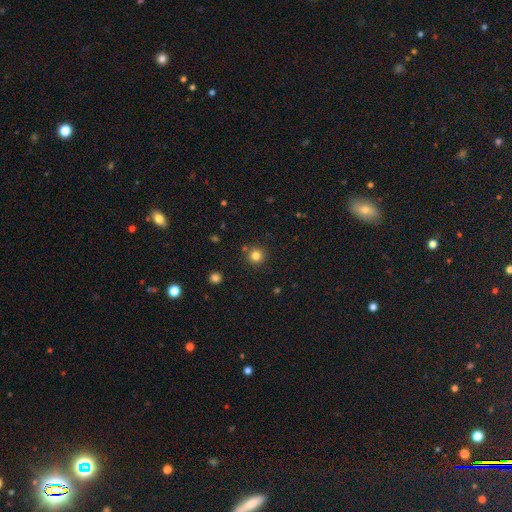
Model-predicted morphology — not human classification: Smooth or featured? smooth (82%)
How rounded? round (95%)
Merging? none (86%)